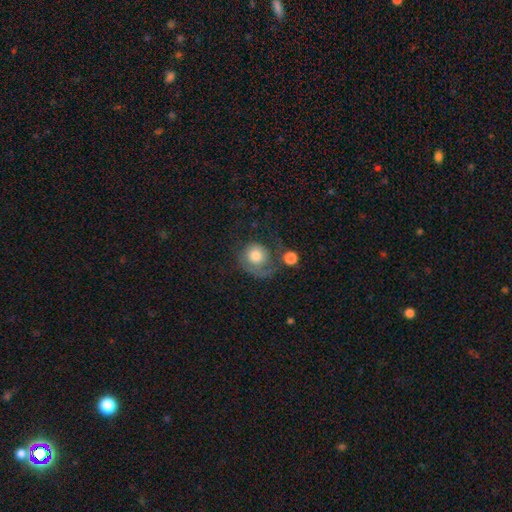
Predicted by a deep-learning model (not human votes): Smooth or featured? Predicted: smooth (p=0.56). How rounded? Predicted: round (p=0.84). Merging? Predicted: none (p=0.38).